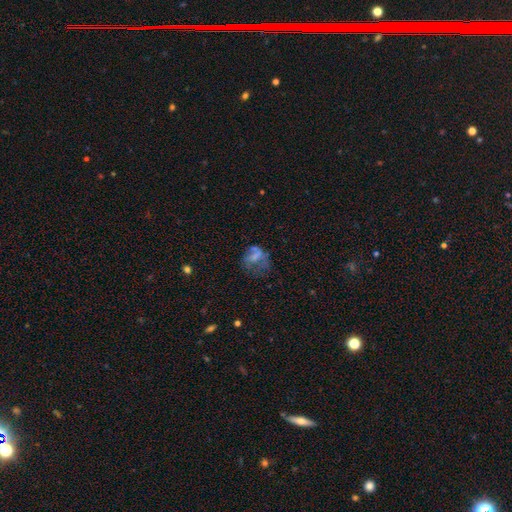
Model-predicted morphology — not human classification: A smooth galaxy with no disk features (47%).

Vote fractions:
- Smooth or featured? smooth: 47% / featured or disk: 36% / star or artifact: 17%
- Merging? major disturbance: 42% / none: 31% / minor disturbance: 20% / merger: 7%